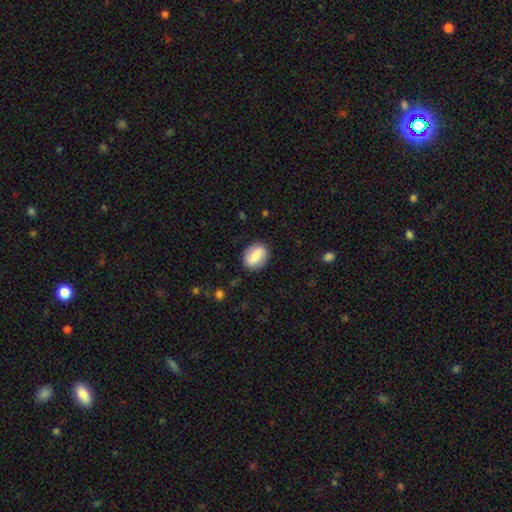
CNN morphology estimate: A smooth galaxy with no disk features (65%) that is in between round and cigar-shaped (63%).

Vote fractions:
- Smooth or featured? smooth: 65% / featured or disk: 28% / star or artifact: 7%
- How rounded? in between: 63% / round: 34% / cigar-shaped: 3%
- Merging? none: 85% / minor disturbance: 11% / major disturbance: 3% / merger: 1%